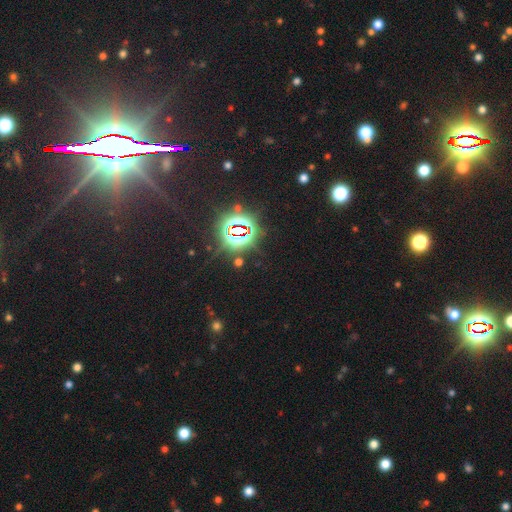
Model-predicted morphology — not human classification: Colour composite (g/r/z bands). It shows a star or artifact, not a galaxy (83%).